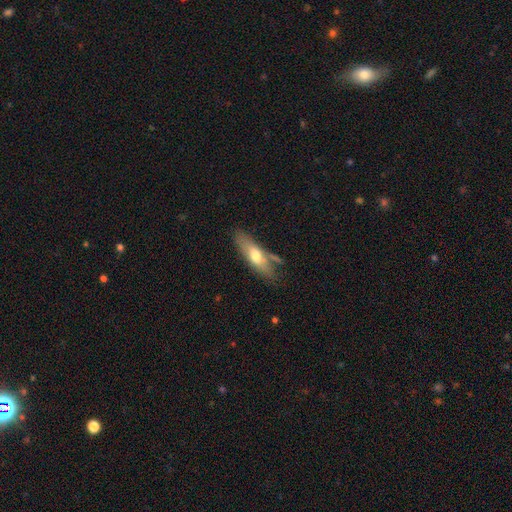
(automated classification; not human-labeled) A smooth galaxy with no disk features (58%) that is in between round and cigar-shaped (50%).

Vote fractions:
- Smooth or featured? smooth: 58% / featured or disk: 36% / star or artifact: 6%
- How rounded? in between: 50% / cigar-shaped: 47% / round: 3%
- Merging? none: 63% / minor disturbance: 21% / merger: 9% / major disturbance: 7%